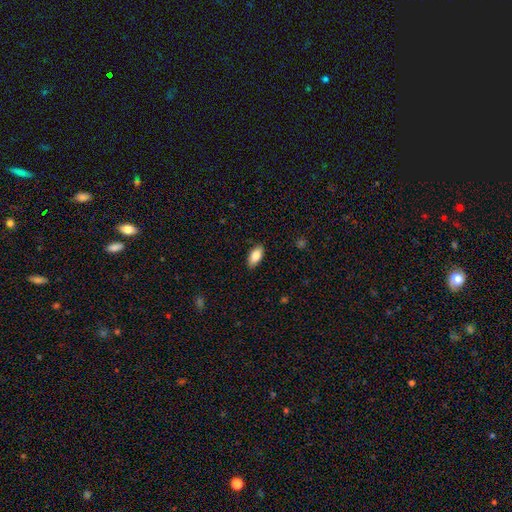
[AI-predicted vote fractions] smooth_or_featured: smooth (p=0.85) [alt: featured or disk p=0.08]
how_rounded: in between (p=0.92) [alt: cigar-shaped p=0.06]
merging: none (p=0.88) [alt: minor disturbance p=0.09]